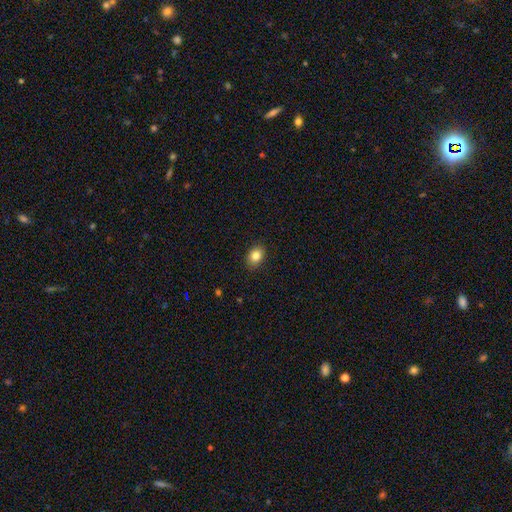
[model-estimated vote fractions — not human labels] Smooth or featured?
  - smooth: 84% *
  - star or artifact: 9%
  - featured or disk: 7%
How rounded?
  - in between: 71% *
  - round: 27%
  - cigar-shaped: 1%
Merging?
  - none: 88% *
  - minor disturbance: 9%
  - major disturbance: 2%
  - merger: 1%